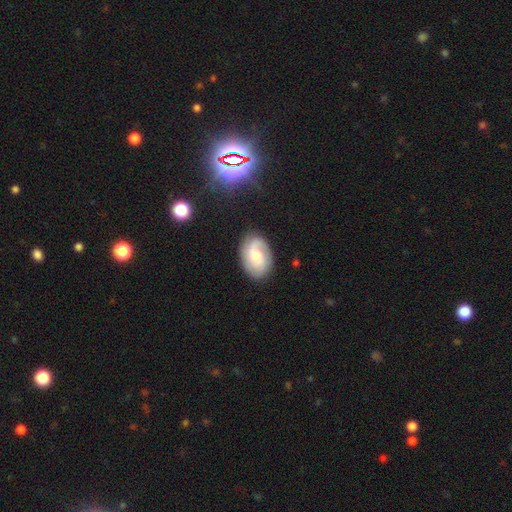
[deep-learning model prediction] featured or disk 61%, smooth 32%, star or artifact 7%. Down the decision tree: edge-on disk — no (97%); bar — no (59%); spiral arms — yes (91%); spiral arm count — 2 (58%); spiral winding — medium (42%); bulge size — small (45%); merging — none (79%).